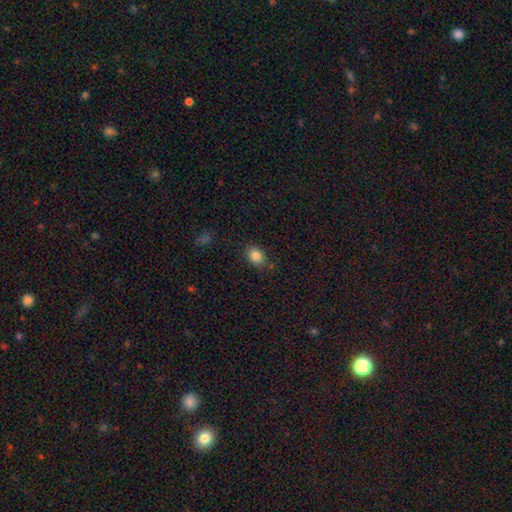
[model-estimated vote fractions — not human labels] Morphology: type=smooth (83%); roundness=in between (52%); merging=none (79%).